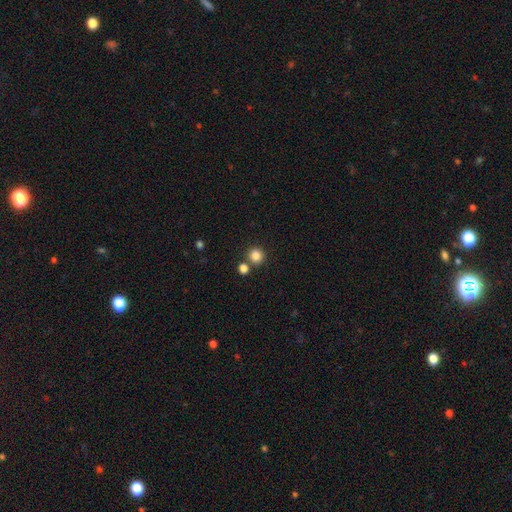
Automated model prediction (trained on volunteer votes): Overall: smooth (84%). How rounded: round (91%). Merging: none (79%).